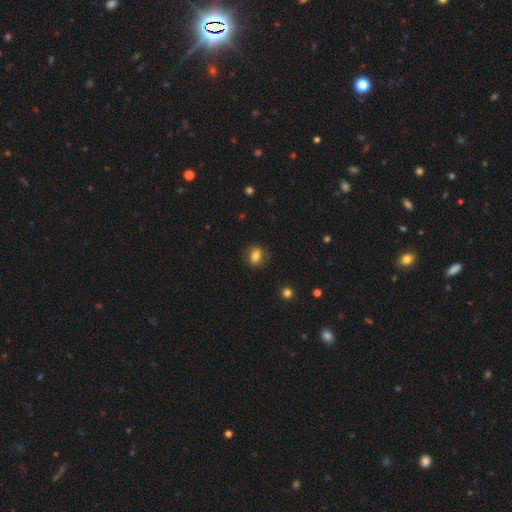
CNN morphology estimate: This is likely a smooth galaxy (79%). How rounded: likely in between (61%). Merging: clearly none (81%).